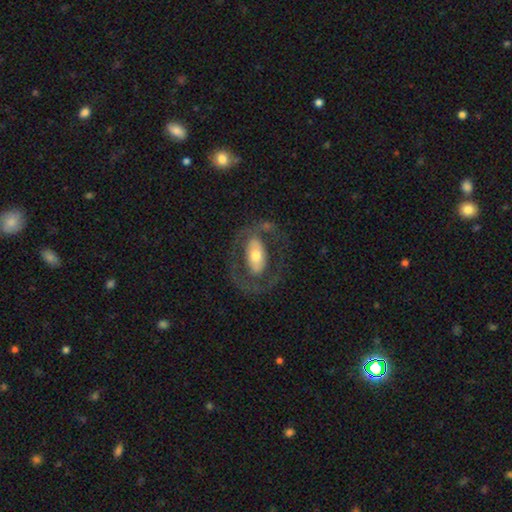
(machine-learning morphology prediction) The model was most divided on "spiral arms": no: 60%, yes: 40%. Remaining: edge-on disk — no (93%); merging — none (65%); smooth or featured — featured or disk (64%); bulge size — moderate (62%); bar — no (49%).